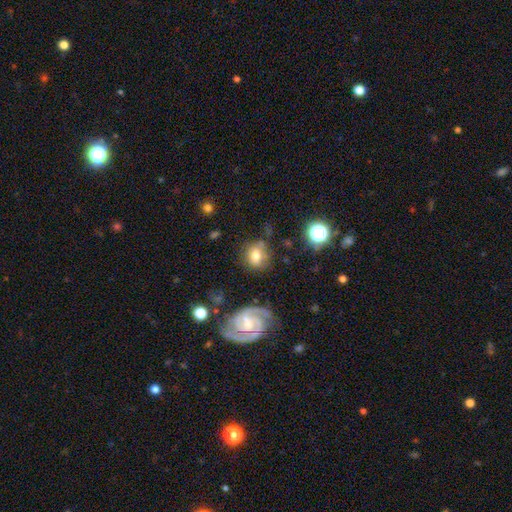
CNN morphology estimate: The model was most divided on "how rounded": round: 65%, in between: 33%, cigar-shaped: 1%. More confident: smooth or featured — smooth (66%); merging — none (60%).